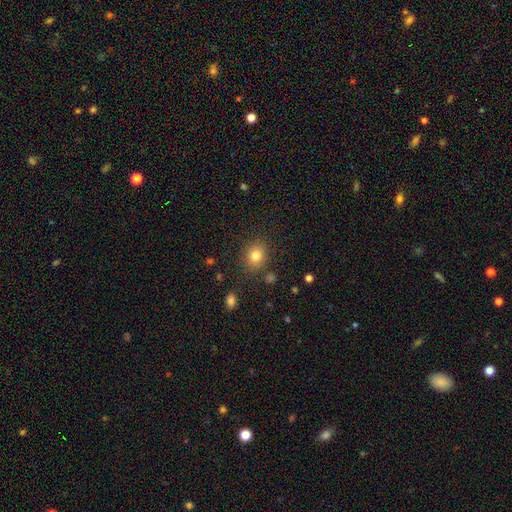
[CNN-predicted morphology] A smooth galaxy with no disk features (80%) that is round (70%). Merging: none (84%).